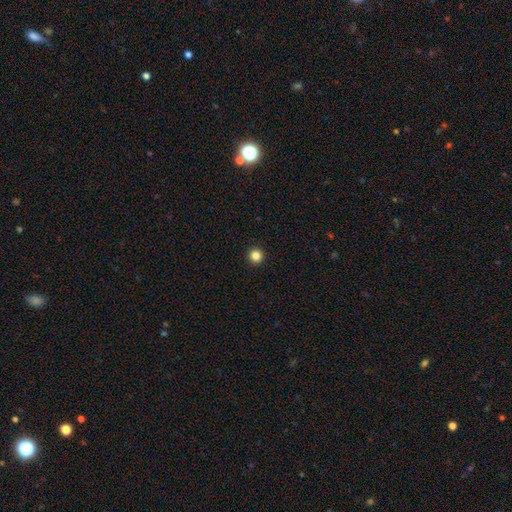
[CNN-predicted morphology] Q: Smooth or featured?
A: smooth (84%); runner-up: star or artifact (12%)
Q: How rounded?
A: round (96%); runner-up: in between (3%)
Q: Merging?
A: none (94%); runner-up: minor disturbance (3%)